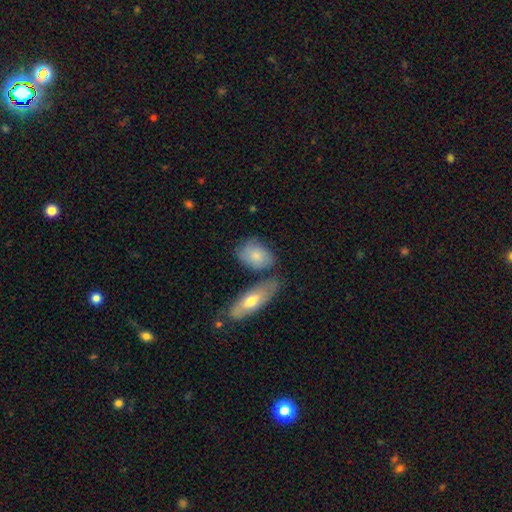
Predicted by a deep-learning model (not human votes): A smooth galaxy with no disk features (71%) that is in between round and cigar-shaped (77%). Merging: none (55%).